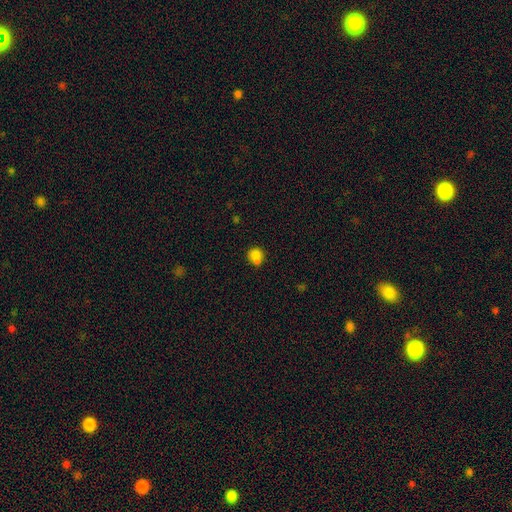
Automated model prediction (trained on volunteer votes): smooth_or_featured: smooth (p=0.82) [alt: star or artifact p=0.11]
how_rounded: round (p=0.73) [alt: in between p=0.26]
merging: none (p=0.58) [alt: minor disturbance p=0.22]